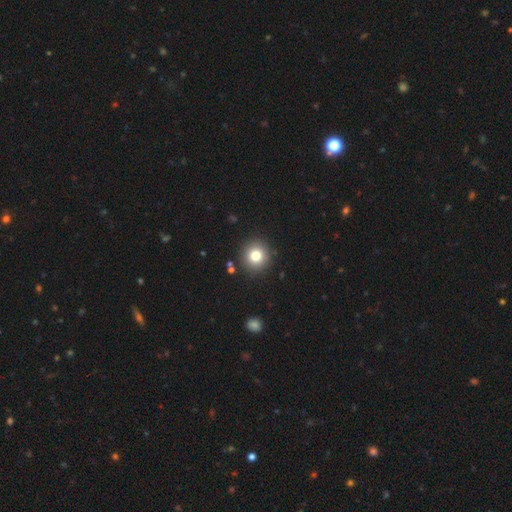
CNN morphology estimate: A smooth galaxy with no disk features (79%) that is round (92%).

Vote fractions:
- Smooth or featured? smooth: 79% / star or artifact: 12% / featured or disk: 9%
- How rounded? round: 92% / in between: 7% / cigar-shaped: 1%
- Merging? none: 89% / minor disturbance: 6% / merger: 2% / major disturbance: 2%